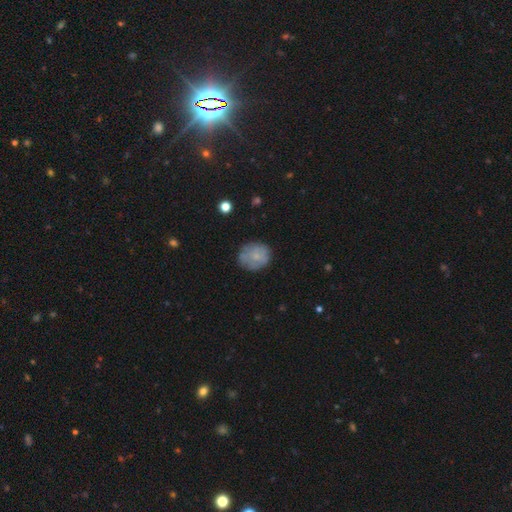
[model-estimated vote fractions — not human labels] Overall: smooth (68%). How rounded: round (74%). Merging: none (73%).